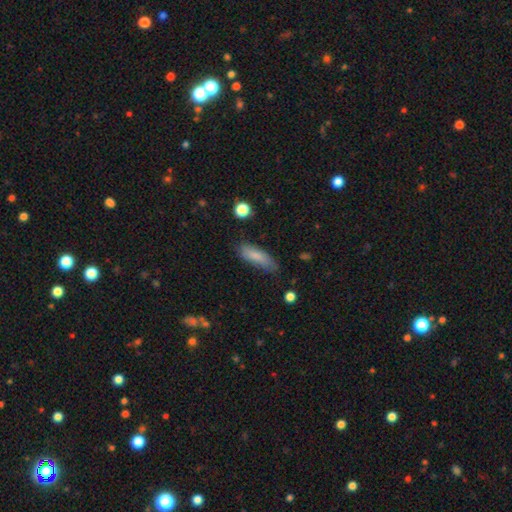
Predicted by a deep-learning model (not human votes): The model was most divided on "how rounded": in between: 52%, cigar-shaped: 46%, round: 2%. More confident: smooth or featured — smooth (80%); merging — none (72%).